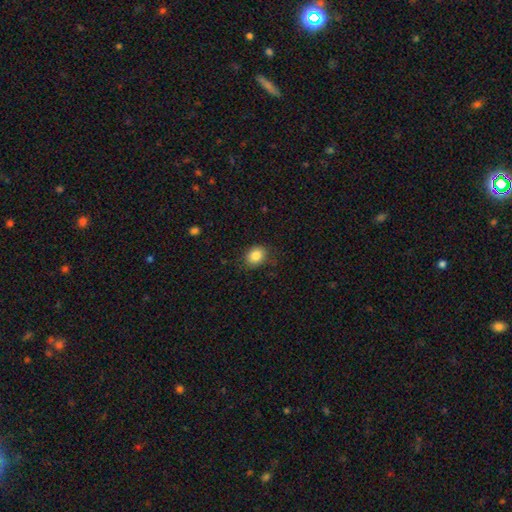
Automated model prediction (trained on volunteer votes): The model was most divided on "how rounded": in between: 50%, round: 49%, cigar-shaped: 1%. More confident: smooth or featured — smooth (85%); merging — none (82%).